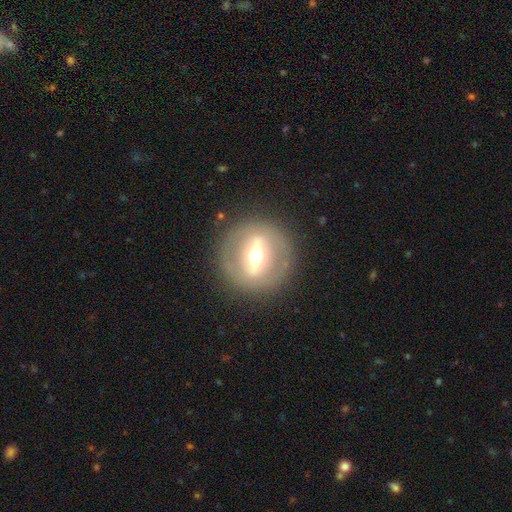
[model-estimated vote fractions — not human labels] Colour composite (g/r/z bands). It shows a featured or disk galaxy (70%) with a strong bar (71%), no spiral arms (79%) and a moderate central bulge (68%). Merging: none (86%).